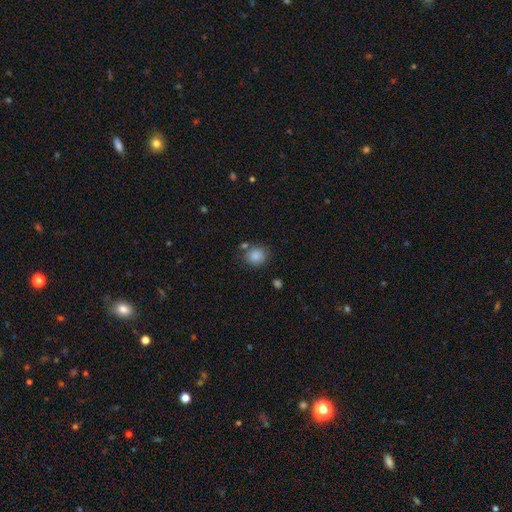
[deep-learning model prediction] Smooth or featured? Predicted: smooth (p=0.86). How rounded? Predicted: round (p=0.82). Merging? Predicted: none (p=0.74).